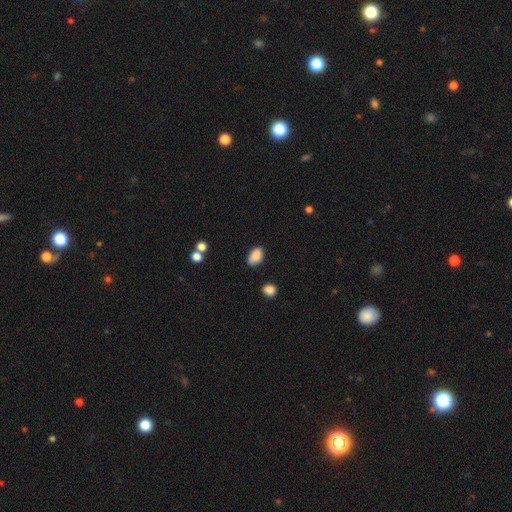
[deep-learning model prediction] A smooth galaxy with no disk features (87%) that is in between round and cigar-shaped (91%). Merging: none (78%).